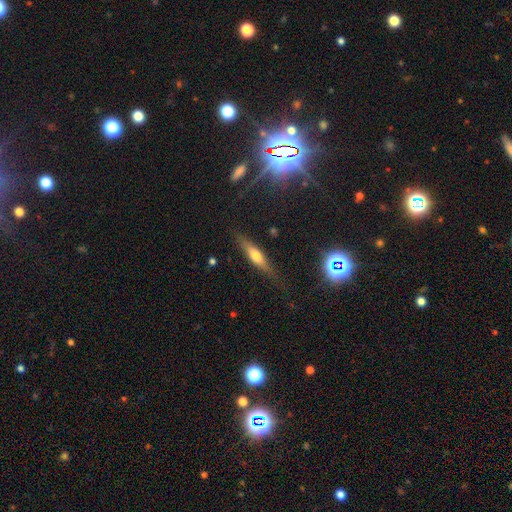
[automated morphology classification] Smooth or featured? Predicted: smooth (p=0.47). Merging? Predicted: none (p=0.80).